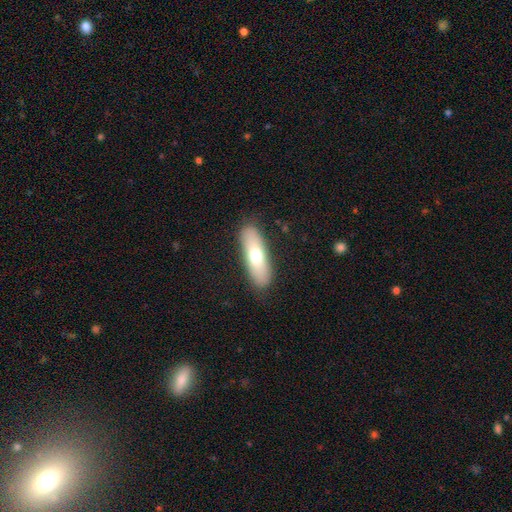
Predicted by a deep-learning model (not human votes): A smooth galaxy with no disk features (66%) that is in between round and cigar-shaped (53%). Merging: none (87%).